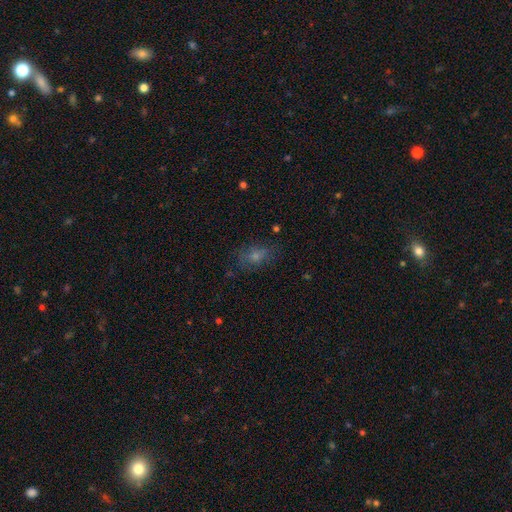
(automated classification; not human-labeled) A smooth galaxy with no disk features (53%) that is in between round and cigar-shaped (71%). Merging: none (75%).